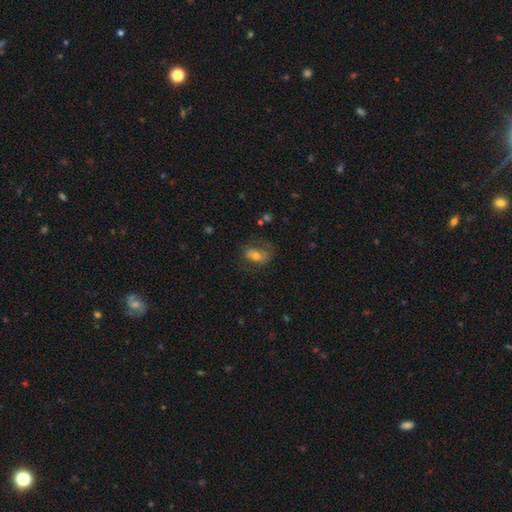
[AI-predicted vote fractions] Smooth or featured? smooth (54%)
How rounded? in between (78%)
Merging? none (52%)